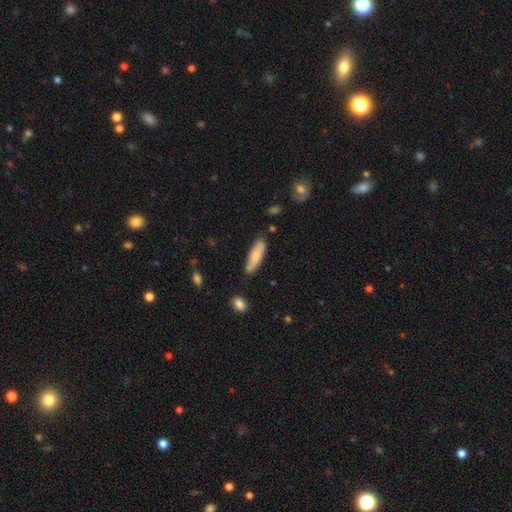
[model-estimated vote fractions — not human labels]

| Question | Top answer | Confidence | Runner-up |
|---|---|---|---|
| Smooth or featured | smooth | 73% | featured or disk (21%) |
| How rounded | cigar-shaped | 56% | in between (43%) |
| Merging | none | 79% | minor disturbance (16%) |